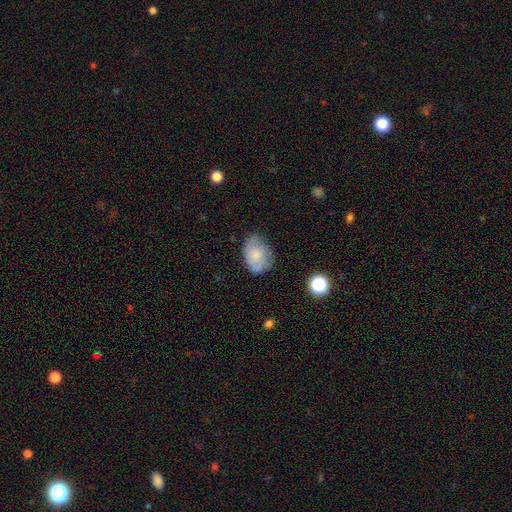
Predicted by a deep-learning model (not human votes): Morphology: type=smooth (76%); roundness=in between (79%); merging=none (63%).